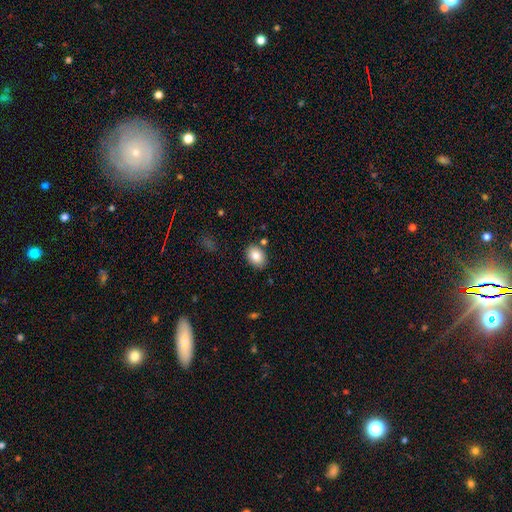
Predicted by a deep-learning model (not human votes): Q: Smooth or featured?
A: smooth (85%); runner-up: star or artifact (8%)
Q: How rounded?
A: in between (76%); runner-up: round (23%)
Q: Merging?
A: none (80%); runner-up: minor disturbance (12%)